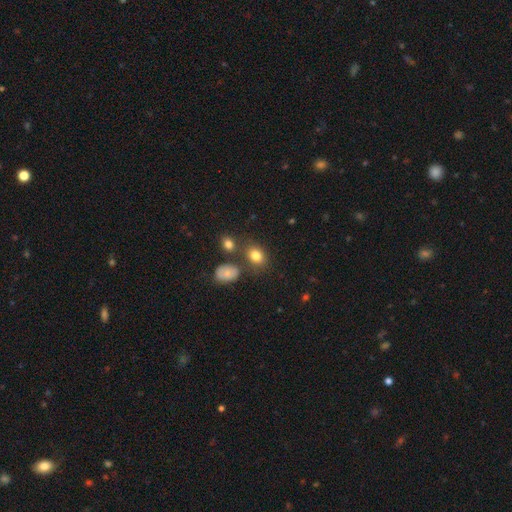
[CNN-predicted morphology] Smooth or featured? smooth (80%)
How rounded? in between (61%)
Merging? none (68%)